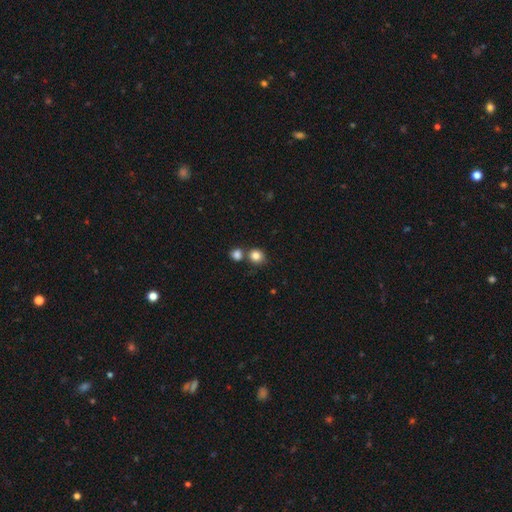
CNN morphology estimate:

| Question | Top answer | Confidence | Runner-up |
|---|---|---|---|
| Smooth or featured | smooth | 84% | star or artifact (11%) |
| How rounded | round | 80% | in between (19%) |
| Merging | none | 62% | merger (26%) |